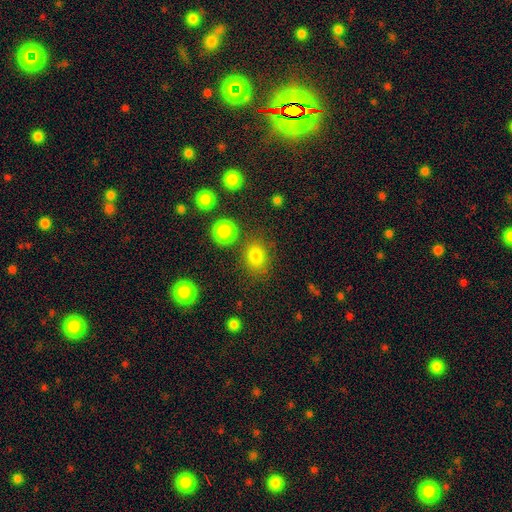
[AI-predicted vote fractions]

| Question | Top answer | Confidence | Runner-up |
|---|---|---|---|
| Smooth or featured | smooth | 80% | star or artifact (13%) |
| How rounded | round | 50% | in between (48%) |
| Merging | none | 75% | minor disturbance (12%) |